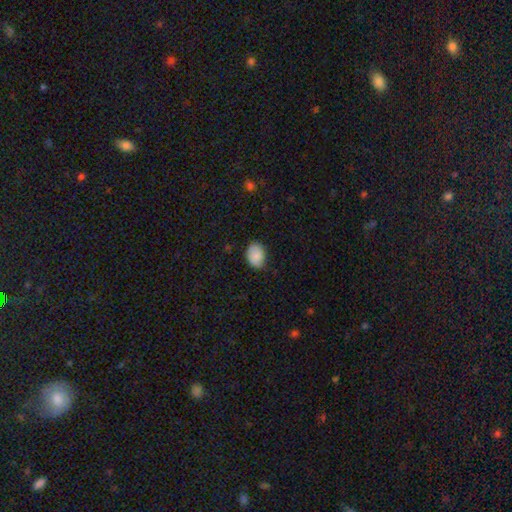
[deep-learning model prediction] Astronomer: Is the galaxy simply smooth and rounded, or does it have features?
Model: smooth — 88%.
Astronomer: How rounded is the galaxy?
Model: in between — 71%.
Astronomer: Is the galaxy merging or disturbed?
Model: none — 71%.